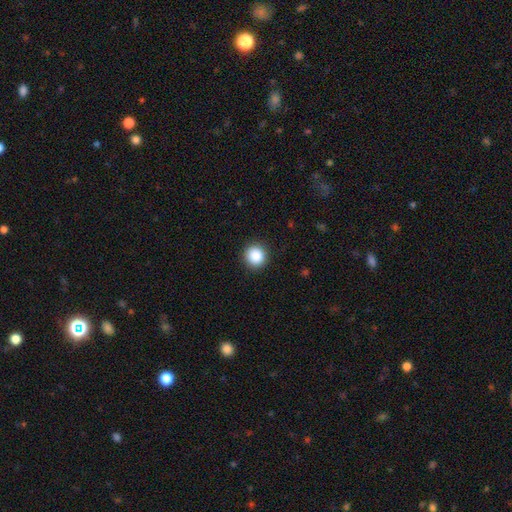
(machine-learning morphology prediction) Overall: smooth (88%). How rounded: round (93%). Merging: none (91%).